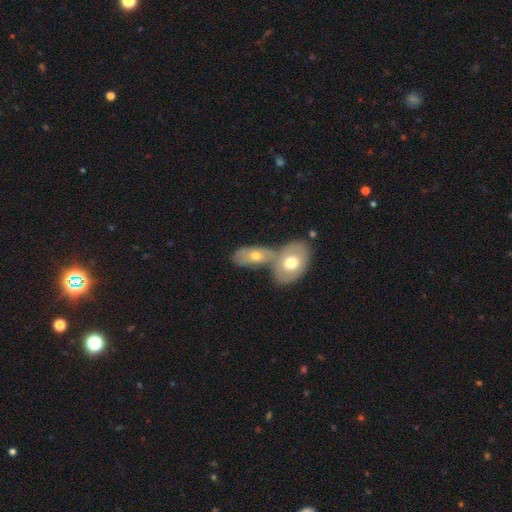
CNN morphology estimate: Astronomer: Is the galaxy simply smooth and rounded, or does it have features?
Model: smooth — 56% (runner-up: featured or disk, 38%).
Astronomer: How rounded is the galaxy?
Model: in between — 87%.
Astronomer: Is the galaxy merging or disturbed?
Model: merger — 66%.